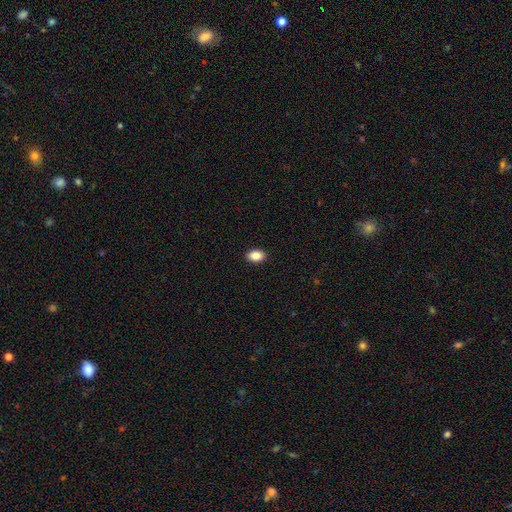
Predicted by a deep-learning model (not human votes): Q: Smooth or featured?
A: smooth (87%); runner-up: star or artifact (8%)
Q: How rounded?
A: in between (88%); runner-up: round (11%)
Q: Merging?
A: none (91%); runner-up: minor disturbance (6%)